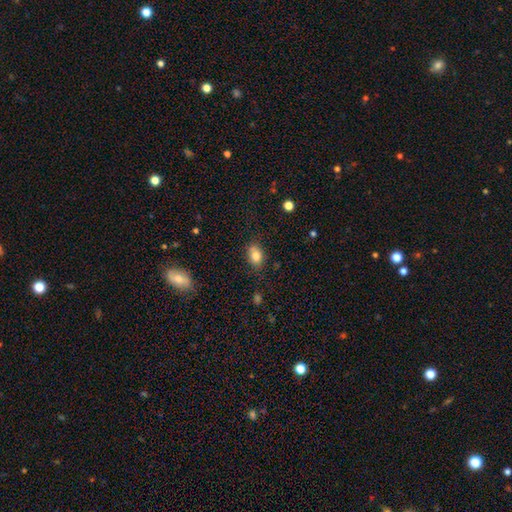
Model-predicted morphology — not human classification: This is clearly a smooth galaxy (81%). How rounded: likely in between (72%). Merging: likely none (74%).